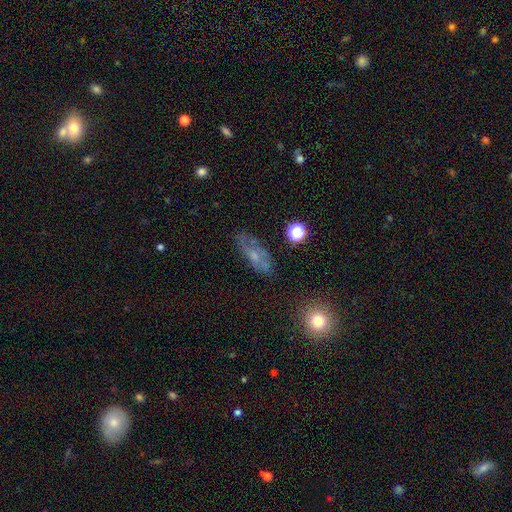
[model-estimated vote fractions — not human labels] Smooth or featured? Predicted: featured or disk (p=0.44). Merging? Predicted: none (p=0.62).